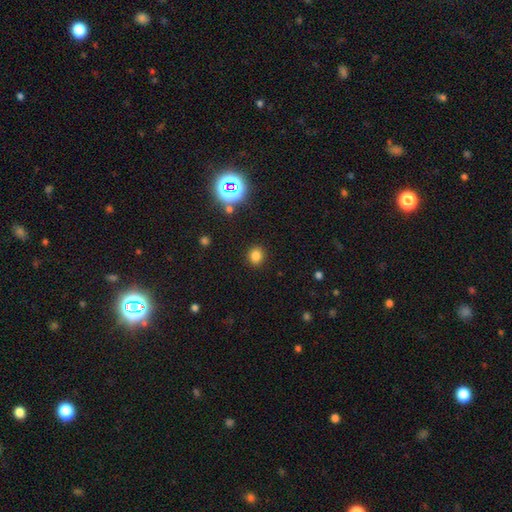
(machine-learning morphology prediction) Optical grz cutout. It shows a smooth galaxy with no disk features (79%) that is round (78%). Merging: none (89%).